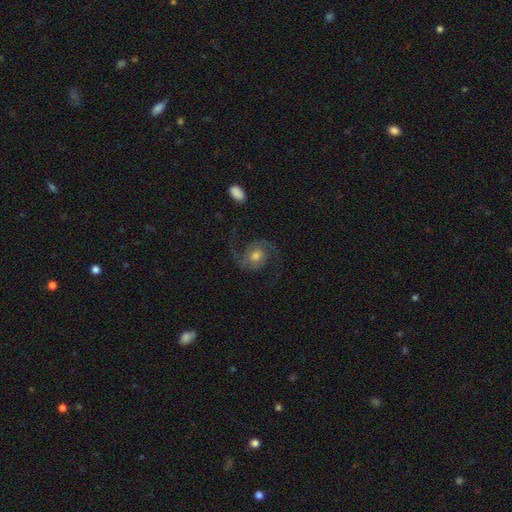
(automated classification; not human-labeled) Smooth or featured?
  - featured or disk: 86% *
  - smooth: 8%
  - star or artifact: 6%
Edge-on disk?
  - no: 98% *
  - yes: 2%
Bar?
  - no: 68% *
  - weak: 26%
  - strong: 6%
Spiral arms?
  - yes: 97% *
  - no: 3%
Spiral winding?
  - medium: 55% *
  - loose: 29%
  - tight: 16%
Spiral arm count?
  - 2: 93% *
  - can't tell: 2%
  - 1: 1%
  - 3: 1%
  - 4: 1%
  - more than 4: 1%
Bulge size?
  - moderate: 65% *
  - small: 20%
  - large: 11%
  - none: 2%
  - dominant: 2%
Merging?
  - none: 77% *
  - minor disturbance: 12%
  - major disturbance: 9%
  - merger: 2%